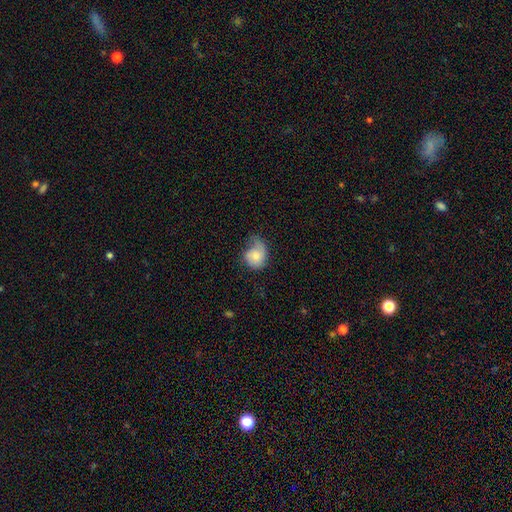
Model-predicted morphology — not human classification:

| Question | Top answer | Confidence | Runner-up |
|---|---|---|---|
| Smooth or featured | smooth | 66% | featured or disk (27%) |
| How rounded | round | 56% | in between (43%) |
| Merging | minor disturbance | 35% | major disturbance (31%) |